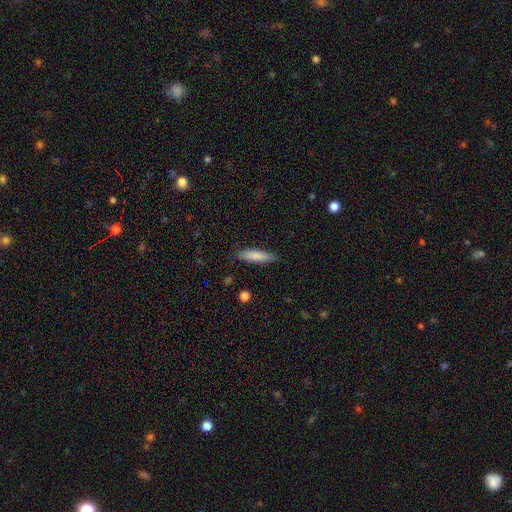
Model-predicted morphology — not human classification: smooth-or-featured: smooth: 81% | featured or disk: 13% | star or artifact: 6%
  how-rounded: cigar-shaped: 73% | in between: 26% | round: 1%
  merging: none: 85% | minor disturbance: 12% | major disturbance: 2% | merger: 1%